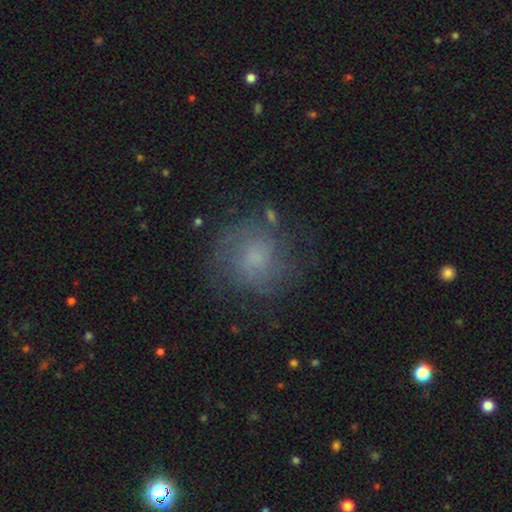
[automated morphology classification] Smooth or featured?
  - featured or disk: 55% *
  - smooth: 32%
  - star or artifact: 12%
Edge-on disk?
  - no: 98% *
  - yes: 2%
Bar?
  - no: 71% *
  - weak: 26%
  - strong: 4%
Spiral arms?
  - yes: 84% *
  - no: 16%
Bulge size?
  - small: 38% *
  - moderate: 31%
  - none: 22%
  - large: 7%
  - dominant: 2%
Merging?
  - none: 71% *
  - minor disturbance: 16%
  - major disturbance: 11%
  - merger: 2%